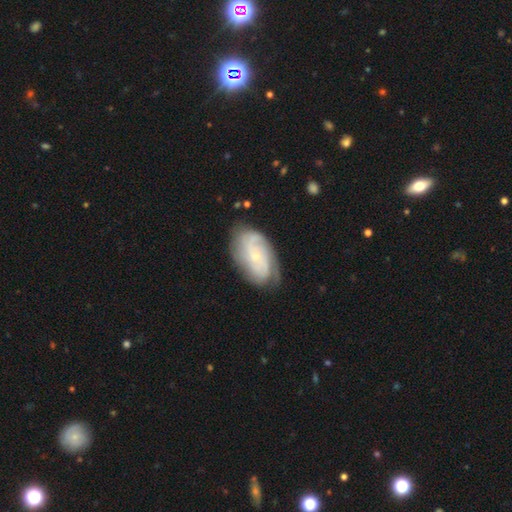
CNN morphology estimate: A featured or disk galaxy (75%) with no bar (71%), tight (52%) spiral arms (93%) and a small central bulge (77%).

Vote fractions:
- Smooth or featured? featured or disk: 75% / smooth: 19% / star or artifact: 6%
- Edge-on disk? no: 96% / yes: 4%
- Bar? no: 71% / weak: 25% / strong: 5%
- Spiral arms? yes: 93% / no: 7%
- Spiral winding? tight: 52% / medium: 35% / loose: 13%
- Spiral arm count? can't tell: 33% / 2: 31% / 3: 19% / 4: 8% / 1: 5% / more than 4: 4%
- Bulge size? small: 77% / moderate: 17% / none: 4% / large: 1% / dominant: 1%
- Merging? none: 70% / minor disturbance: 21% / major disturbance: 7% / merger: 1%